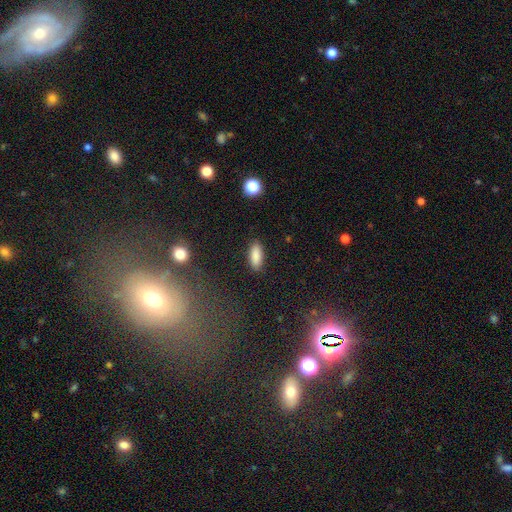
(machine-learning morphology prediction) type=smooth (88%); roundness=in between (80%); merging=none (88%).